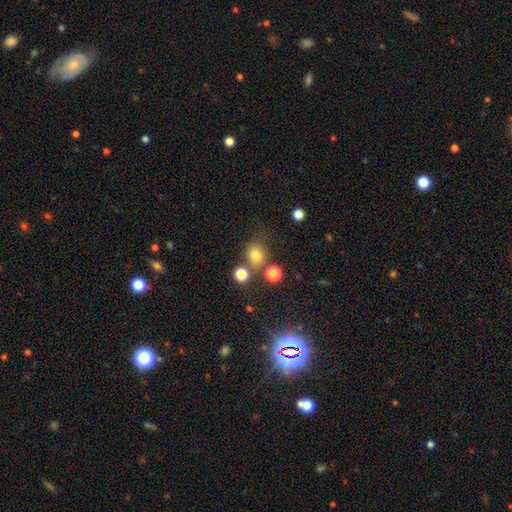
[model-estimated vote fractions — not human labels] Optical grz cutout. It shows a smooth galaxy with no disk features (78%) that is round (68%). Merging: none (67%).